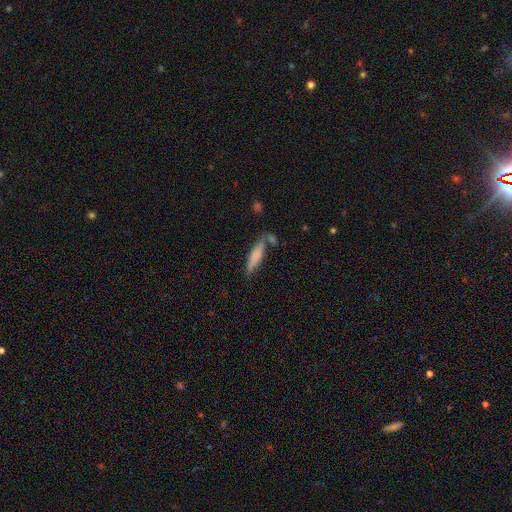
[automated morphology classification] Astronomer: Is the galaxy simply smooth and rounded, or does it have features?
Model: smooth — 66%.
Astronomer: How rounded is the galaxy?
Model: cigar-shaped — 81%.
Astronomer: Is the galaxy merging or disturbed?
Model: none — 62%.